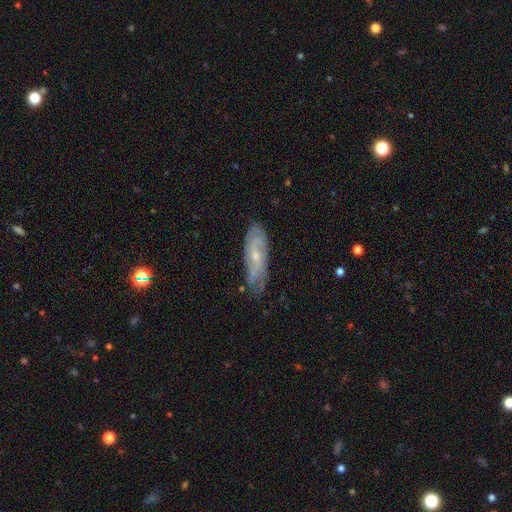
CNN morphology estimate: Q: Smooth or featured?
A: featured or disk (71%); runner-up: smooth (22%)
Q: Edge-on disk?
A: no (81%); runner-up: yes (19%)
Q: Bar?
A: no (62%); runner-up: weak (31%)
Q: Spiral arms?
A: yes (88%); runner-up: no (12%)
Q: Spiral winding?
A: tight (53%); runner-up: medium (34%)
Q: Spiral arm count?
A: can't tell (44%); runner-up: 2 (33%)
Q: Bulge size?
A: small (63%); runner-up: moderate (33%)
Q: Merging?
A: none (71%); runner-up: minor disturbance (23%)